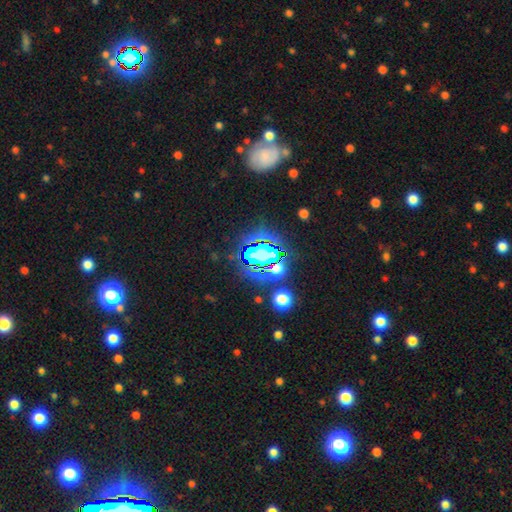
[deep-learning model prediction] Smooth or featured?
  - star or artifact: 72% *
  - smooth: 16%
  - featured or disk: 12%